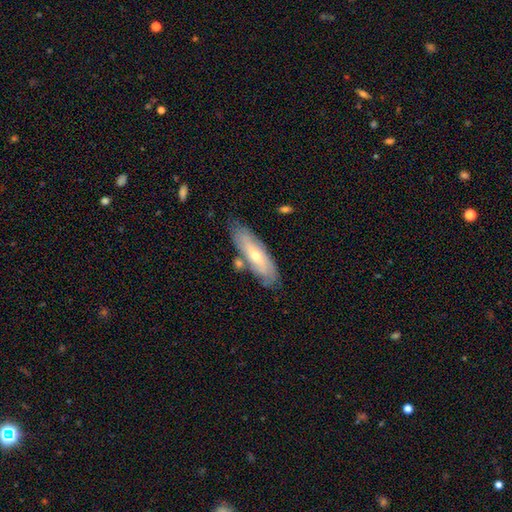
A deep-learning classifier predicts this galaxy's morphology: smooth_or_featured: featured or disk (p=0.55) [alt: smooth p=0.38]
disk_edge_on: no (p=0.69) [alt: yes p=0.31]
merging: none (p=0.74) [alt: minor disturbance p=0.16]